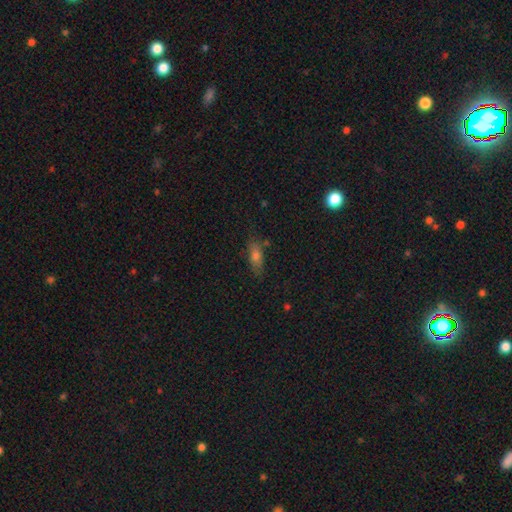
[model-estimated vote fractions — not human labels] smooth-or-featured: smooth: 66% | featured or disk: 22% | star or artifact: 11%
  how-rounded: in between: 63% | cigar-shaped: 32% | round: 5%
  merging: none: 75% | minor disturbance: 17% | major disturbance: 4% | merger: 3%